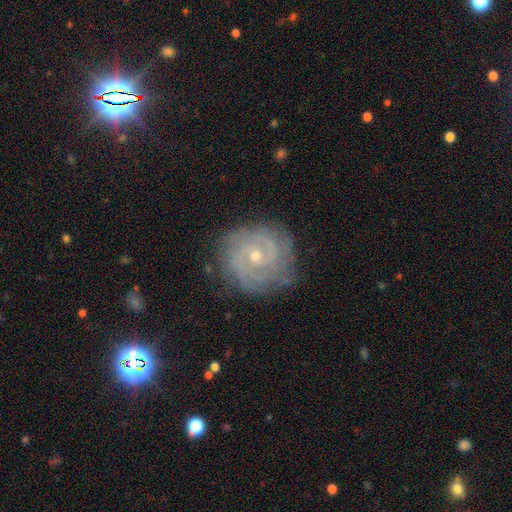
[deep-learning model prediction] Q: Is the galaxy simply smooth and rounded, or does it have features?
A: featured or disk — 86%.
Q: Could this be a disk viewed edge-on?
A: no — 98%.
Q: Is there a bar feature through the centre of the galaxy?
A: no — 63%.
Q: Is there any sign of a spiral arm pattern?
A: yes — 97%.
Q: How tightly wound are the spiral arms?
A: tight — 73%.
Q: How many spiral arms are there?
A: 2 — 46%.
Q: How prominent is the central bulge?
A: small — 63%.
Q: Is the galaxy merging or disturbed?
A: none — 80%.